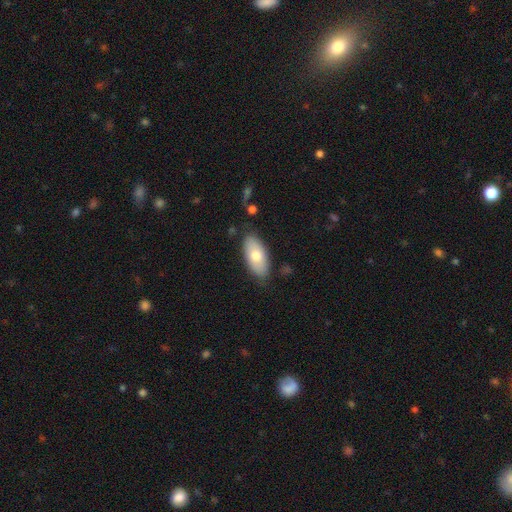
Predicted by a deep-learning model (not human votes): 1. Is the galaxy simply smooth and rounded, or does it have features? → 71% smooth, 23% featured or disk, 6% star or artifact.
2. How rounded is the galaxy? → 91% in between, 7% cigar-shaped, 3% round.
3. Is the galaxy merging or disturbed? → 82% none, 13% minor disturbance, 3% major disturbance, 2% merger.